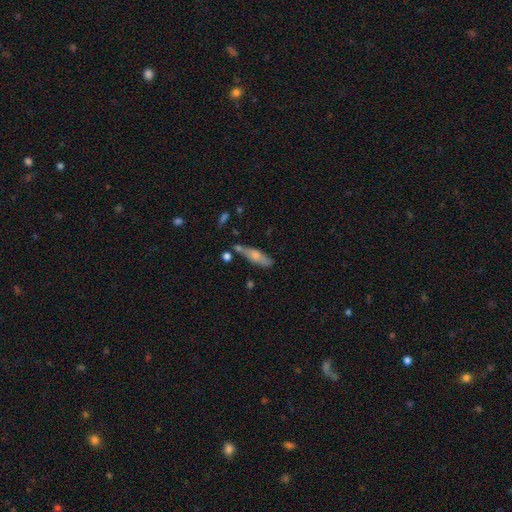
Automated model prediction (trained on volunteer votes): A smooth galaxy with no disk features (64%) that is cigar-shaped (54%).

Vote fractions:
- Smooth or featured? smooth: 64% / featured or disk: 30% / star or artifact: 7%
- How rounded? cigar-shaped: 54% / in between: 43% / round: 3%
- Merging? none: 58% / minor disturbance: 22% / merger: 13% / major disturbance: 7%